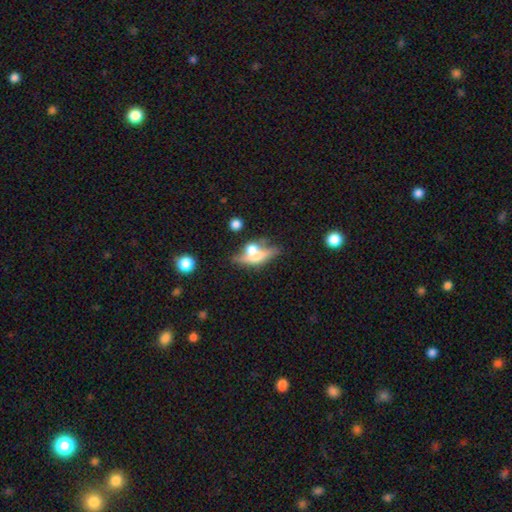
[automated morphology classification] smooth-or-featured: featured or disk: 52% | smooth: 39% | star or artifact: 9%
  disk-edge-on: yes: 72% | no: 28%
  merging: none: 44% | merger: 35% | minor disturbance: 13% | major disturbance: 8%